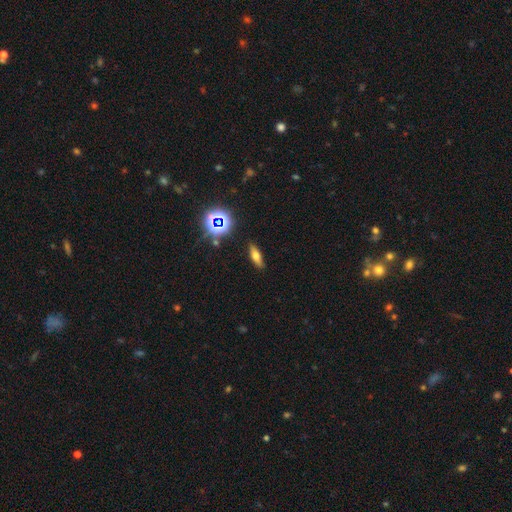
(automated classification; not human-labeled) smooth_or_featured: smooth (p=0.53) [alt: featured or disk p=0.30]
how_rounded: in between (p=0.49) [alt: cigar-shaped p=0.45]
merging: none (p=0.86) [alt: minor disturbance p=0.09]